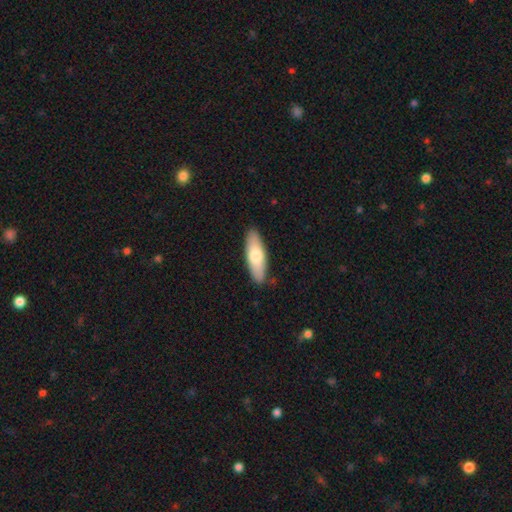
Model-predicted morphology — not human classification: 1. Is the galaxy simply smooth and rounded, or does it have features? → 70% smooth, 25% featured or disk, 5% star or artifact.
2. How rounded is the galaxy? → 56% in between, 43% cigar-shaped, 2% round.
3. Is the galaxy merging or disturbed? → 88% none, 9% minor disturbance, 2% major disturbance, 1% merger.